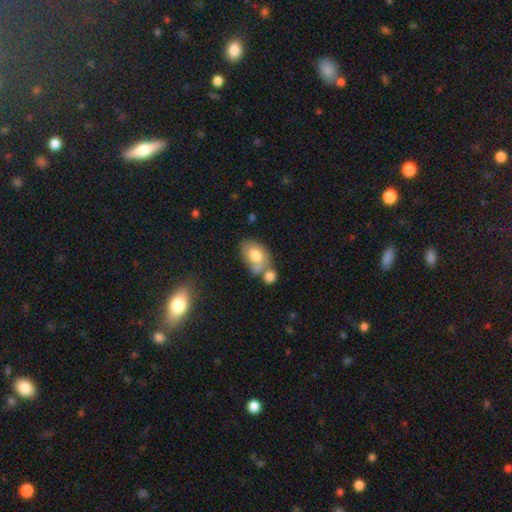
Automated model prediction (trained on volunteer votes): A smooth galaxy with no disk features (73%) that is in between round and cigar-shaped (88%).

Vote fractions:
- Smooth or featured? smooth: 73% / featured or disk: 20% / star or artifact: 7%
- How rounded? in between: 88% / round: 11% / cigar-shaped: 1%
- Merging? none: 40% / merger: 35% / minor disturbance: 18% / major disturbance: 7%